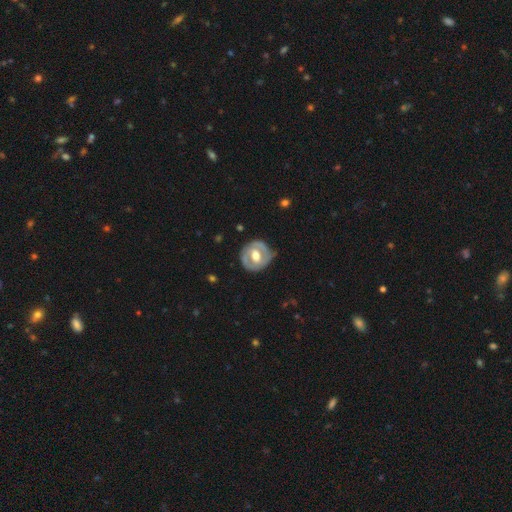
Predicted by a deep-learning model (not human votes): This appears to be a featured or disk galaxy (67%) with a weak bar (42%), spiral arms (53%) and a moderate central bulge (64%). Merging: none (73%).